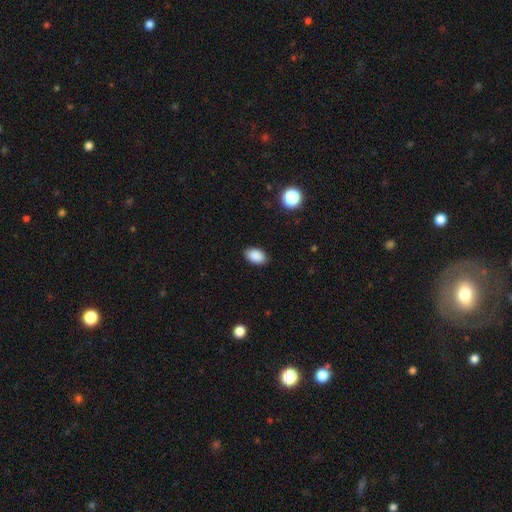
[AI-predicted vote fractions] Smooth or featured: smooth — 89% (star or artifact — 8%)
How rounded: in between — 90% (round — 9%)
Merging: none — 88% (minor disturbance — 9%)